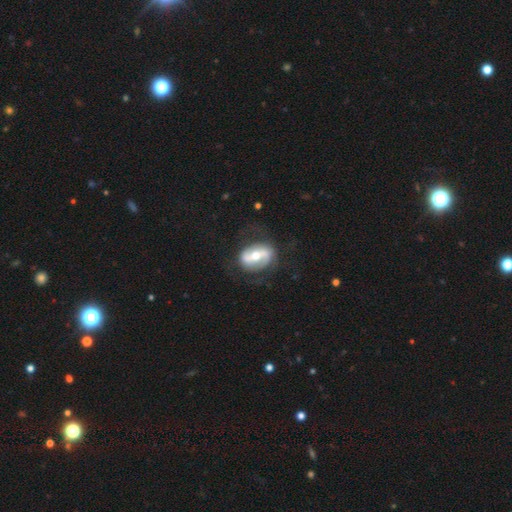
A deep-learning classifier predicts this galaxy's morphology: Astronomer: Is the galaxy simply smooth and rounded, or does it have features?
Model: featured or disk — 75%.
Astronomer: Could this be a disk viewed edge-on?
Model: no — 95%.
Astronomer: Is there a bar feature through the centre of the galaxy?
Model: strong — 54%.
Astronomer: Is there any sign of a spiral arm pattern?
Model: yes — 77%.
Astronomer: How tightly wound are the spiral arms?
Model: loose — 45% (runner-up: medium, 37%).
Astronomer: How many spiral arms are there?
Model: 2 — 86%.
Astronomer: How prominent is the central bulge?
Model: moderate — 69%.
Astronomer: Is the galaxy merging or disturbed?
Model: none — 70%.